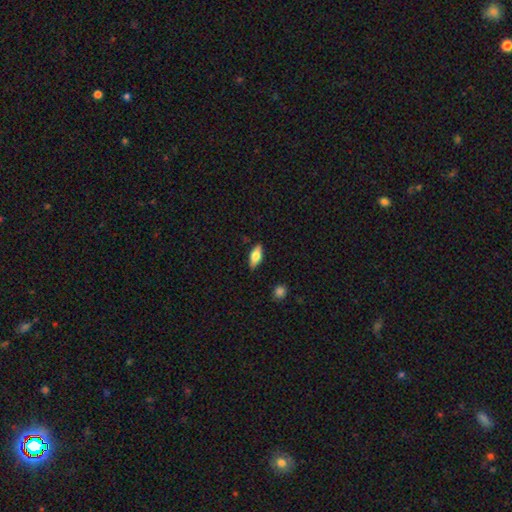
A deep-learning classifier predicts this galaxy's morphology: Smooth or featured?
  - smooth: 64% *
  - featured or disk: 29%
  - star or artifact: 7%
How rounded?
  - in between: 76% *
  - cigar-shaped: 21%
  - round: 3%
Merging?
  - none: 86% *
  - minor disturbance: 11%
  - major disturbance: 2%
  - merger: 1%